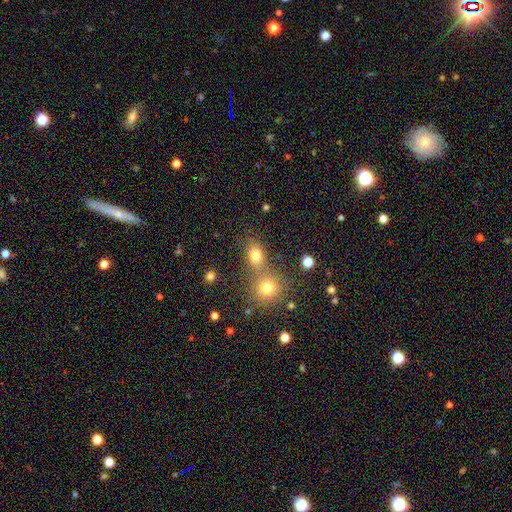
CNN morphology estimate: Smooth or featured?
  - smooth: 76% *
  - star or artifact: 15%
  - featured or disk: 9%
How rounded?
  - in between: 51% *
  - round: 47%
  - cigar-shaped: 2%
Merging?
  - none: 51% *
  - merger: 36%
  - minor disturbance: 9%
  - major disturbance: 4%